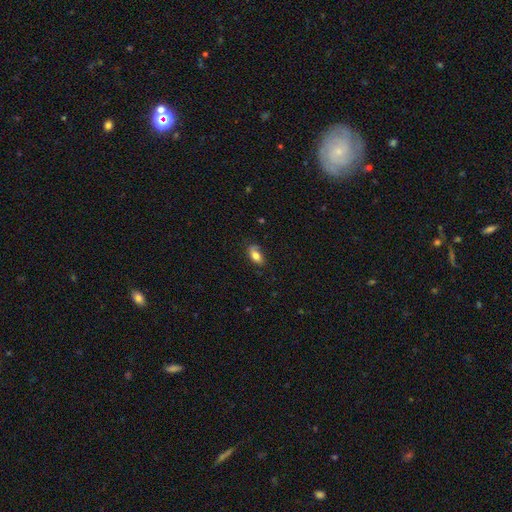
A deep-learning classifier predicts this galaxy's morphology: Smooth or featured: smooth — 74% (featured or disk — 19%)
How rounded: in between — 89% (cigar-shaped — 6%)
Merging: none — 66% (minor disturbance — 25%)